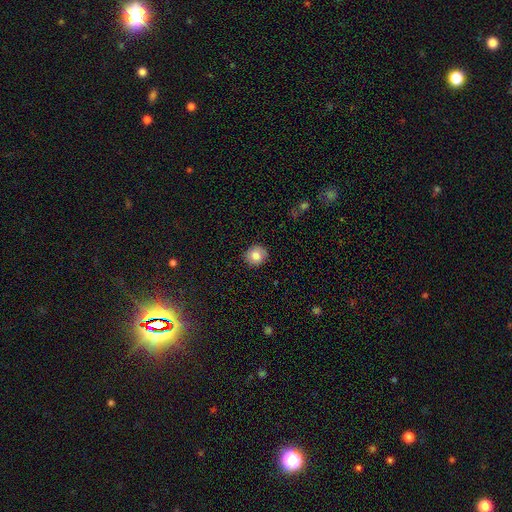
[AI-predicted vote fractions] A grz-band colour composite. It shows a smooth galaxy with no disk features (82%) that is round (84%). Merging: none (89%).